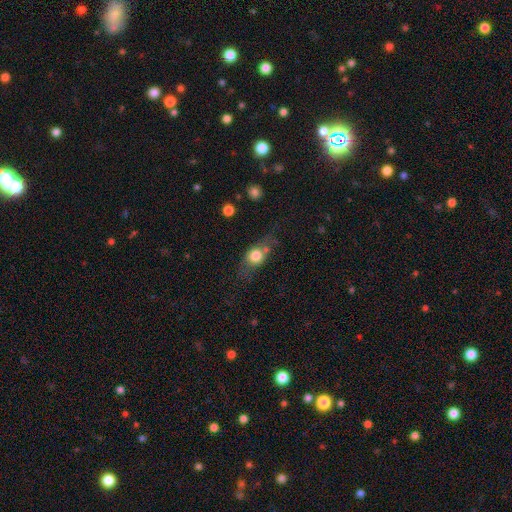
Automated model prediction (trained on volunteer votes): Smooth or featured?
  - smooth: 67% *
  - featured or disk: 24%
  - star or artifact: 9%
How rounded?
  - in between: 49% *
  - round: 43%
  - cigar-shaped: 8%
Merging?
  - none: 53% *
  - minor disturbance: 25%
  - major disturbance: 14%
  - merger: 8%